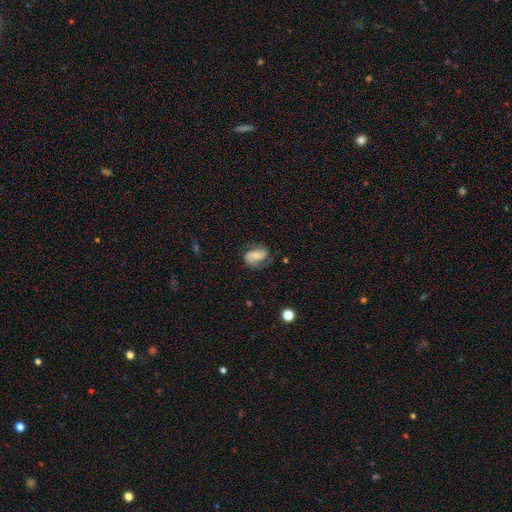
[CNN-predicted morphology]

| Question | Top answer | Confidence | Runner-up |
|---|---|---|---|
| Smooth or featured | featured or disk | 51% | smooth (40%) |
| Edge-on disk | no | 96% | yes (4%) |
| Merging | none | 59% | minor disturbance (25%) |